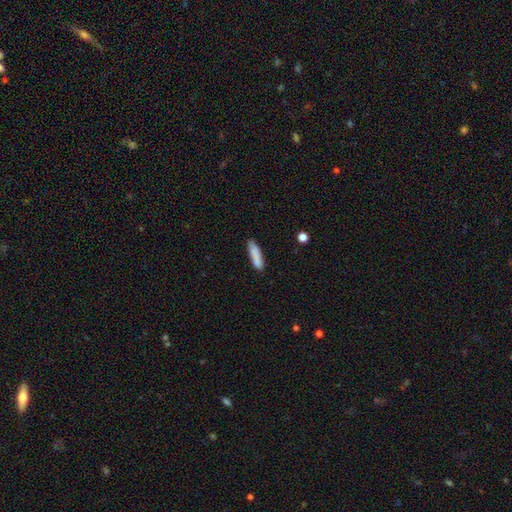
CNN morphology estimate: type=smooth (84%); roundness=cigar-shaped (70%); merging=none (79%).